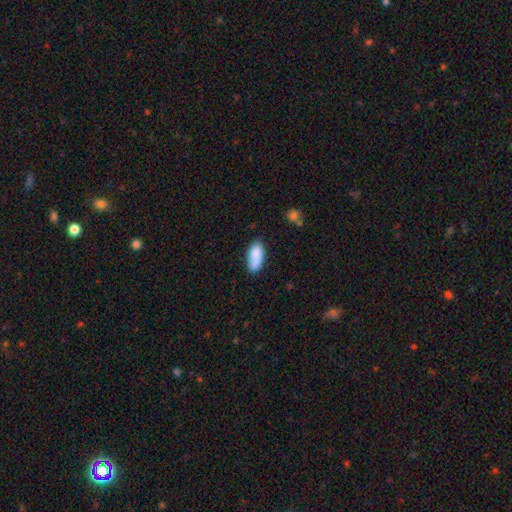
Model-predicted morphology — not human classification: Smooth or featured?
  - smooth: 85% *
  - featured or disk: 8%
  - star or artifact: 7%
How rounded?
  - in between: 89% *
  - cigar-shaped: 9%
  - round: 2%
Merging?
  - none: 68% *
  - minor disturbance: 22%
  - major disturbance: 5%
  - merger: 5%